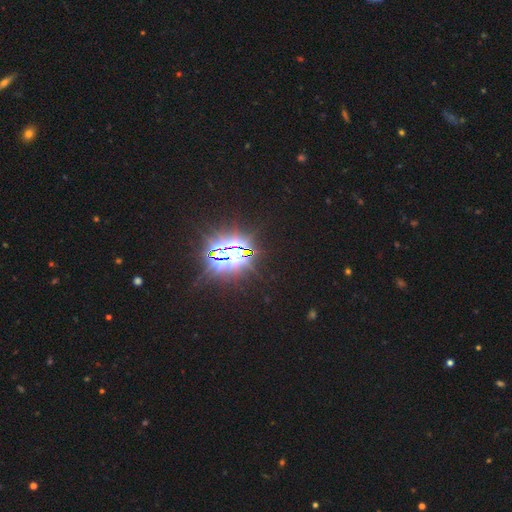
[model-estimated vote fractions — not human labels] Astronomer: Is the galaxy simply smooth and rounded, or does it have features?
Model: star or artifact — 86%.